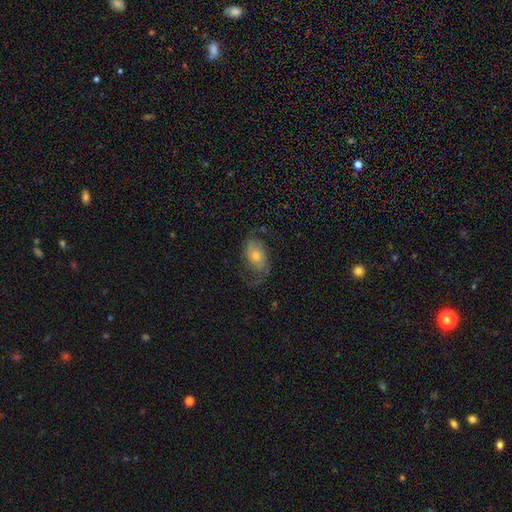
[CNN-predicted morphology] smooth_or_featured: featured or disk (p=0.68) [alt: smooth p=0.23]
disk_edge_on: no (p=0.96) [alt: yes p=0.04]
bar: no (p=0.71) [alt: weak p=0.23]
has_spiral_arms: yes (p=0.89) [alt: no p=0.11]
spiral_winding: loose (p=0.48) [alt: medium p=0.37]
spiral_arm_count: 2 (p=0.82) [alt: can't tell p=0.07]
bulge_size: moderate (p=0.50) [alt: small p=0.42]
merging: none (p=0.63) [alt: minor disturbance p=0.20]